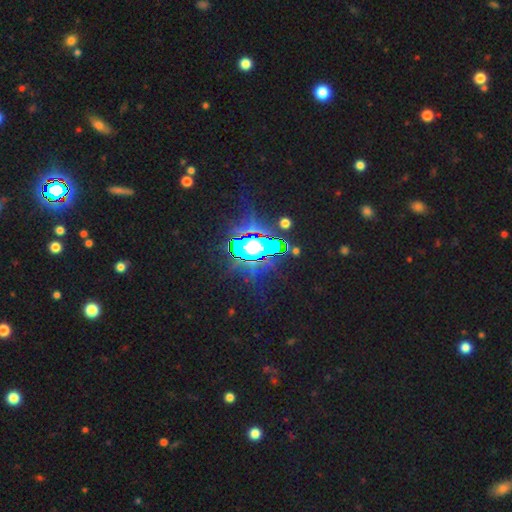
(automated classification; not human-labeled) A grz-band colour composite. It shows a star or artifact, not a galaxy (75%).